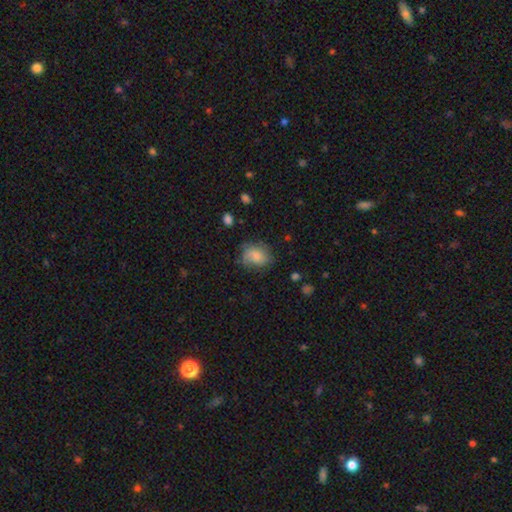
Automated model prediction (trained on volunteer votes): Smooth or featured: smooth — 72% (featured or disk — 19%)
How rounded: in between — 59% (round — 40%)
Merging: none — 60% (minor disturbance — 28%)